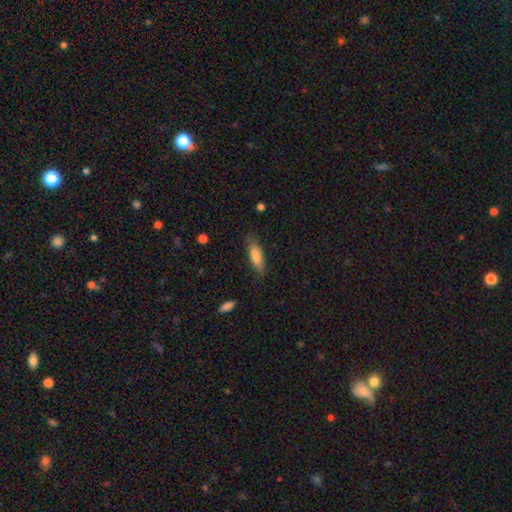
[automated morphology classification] This appears to be a smooth galaxy with no disk features (79%) that is in between round and cigar-shaped (52%). Merging: none (77%).